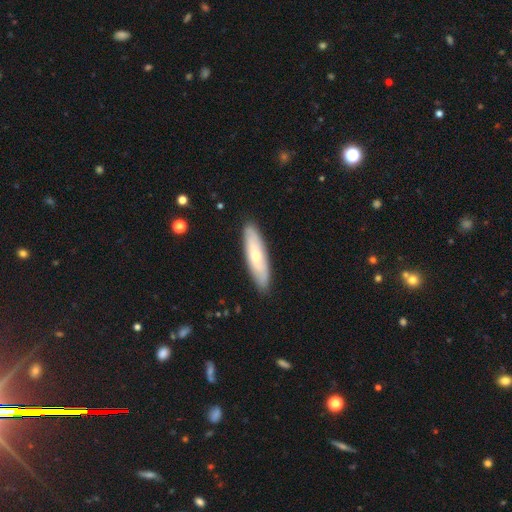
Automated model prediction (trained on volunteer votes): Overall: smooth (51%; featured or disk 43%). How rounded: cigar-shaped (63%; in between 35%). Merging: none (88%).